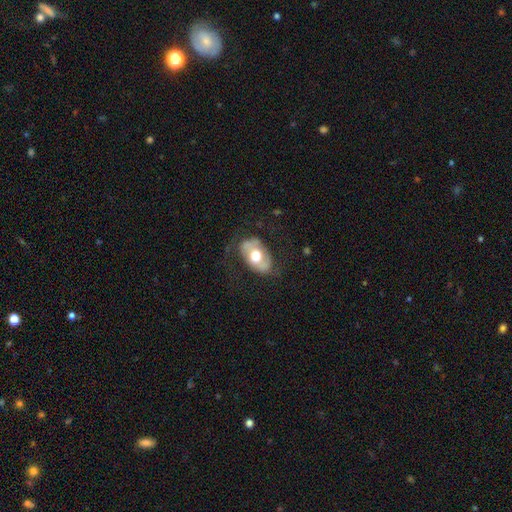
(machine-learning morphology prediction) Q: Smooth or featured?
A: smooth (47%); tied with: featured or disk (47%)
Q: Merging?
A: none (64%); runner-up: minor disturbance (20%)